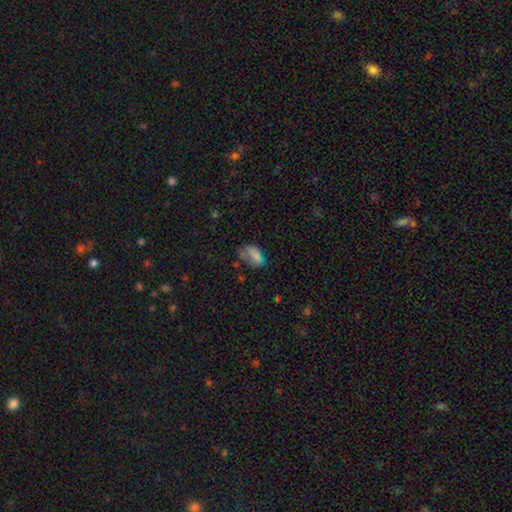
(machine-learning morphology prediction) smooth-or-featured: smooth: 74% | featured or disk: 14% | star or artifact: 12%
  how-rounded: in between: 90% | round: 8% | cigar-shaped: 2%
  merging: none: 40% | minor disturbance: 32% | major disturbance: 21% | merger: 7%